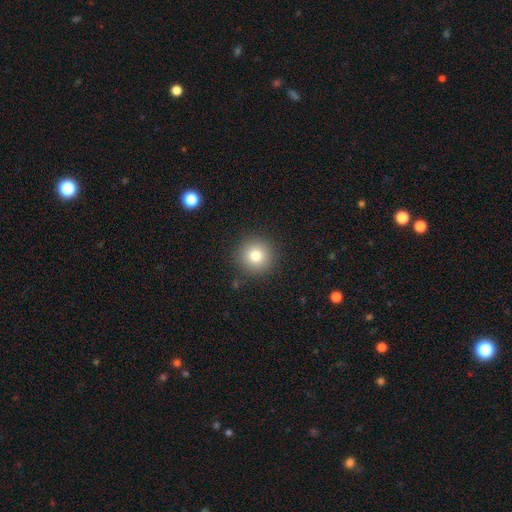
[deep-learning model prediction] Smooth or featured?
  - smooth: 80% *
  - star or artifact: 12%
  - featured or disk: 9%
How rounded?
  - round: 95% *
  - in between: 4%
  - cigar-shaped: 1%
Merging?
  - none: 90% *
  - minor disturbance: 7%
  - major disturbance: 2%
  - merger: 1%